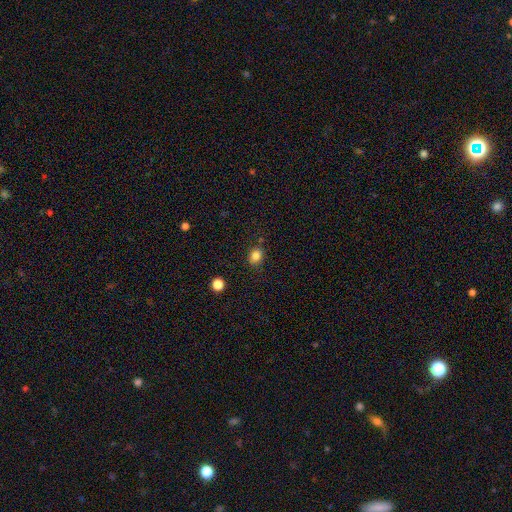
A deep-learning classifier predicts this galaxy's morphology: A smooth galaxy with no disk features (83%) that is in between round and cigar-shaped (50%).

Vote fractions:
- Smooth or featured? smooth: 83% / star or artifact: 12% / featured or disk: 5%
- How rounded? in between: 50% / round: 48% / cigar-shaped: 1%
- Merging? none: 79% / minor disturbance: 14% / merger: 4% / major disturbance: 3%